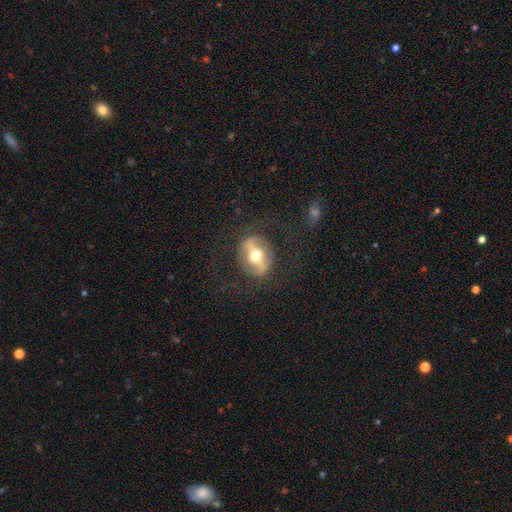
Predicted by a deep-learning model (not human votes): Overall: featured or disk (67%; smooth 27%). Edge-on disk: no (81%). Bar: strong (67%). Spiral arms: no (69%; yes 31%). Bulge size: moderate (71%). Merging: none (80%).